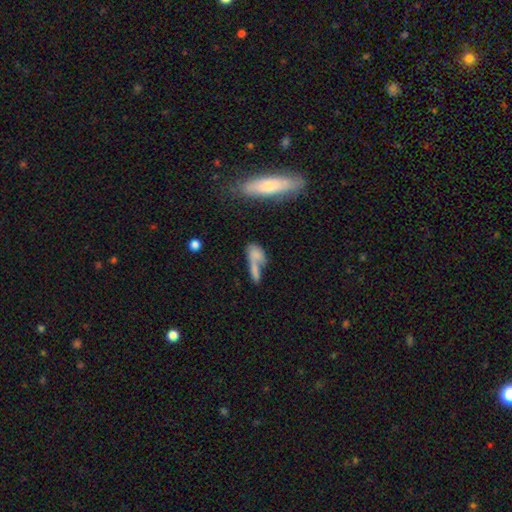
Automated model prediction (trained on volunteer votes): This appears to be a smooth galaxy with no disk features (69%) that is in between round and cigar-shaped (60%). Merging: merger (50%).